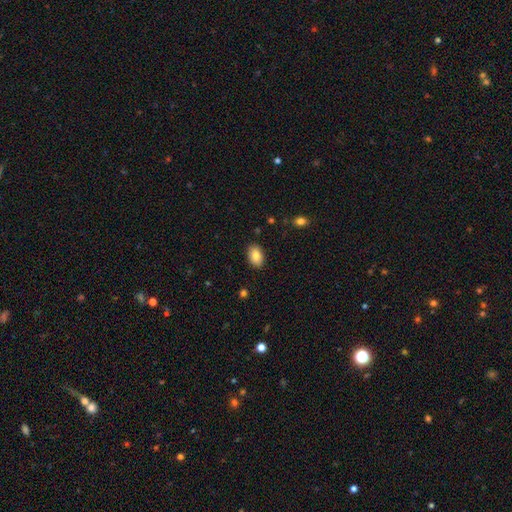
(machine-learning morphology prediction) Smooth or featured? Predicted: smooth (p=0.85). How rounded? Predicted: in between (p=0.89). Merging? Predicted: none (p=0.88).